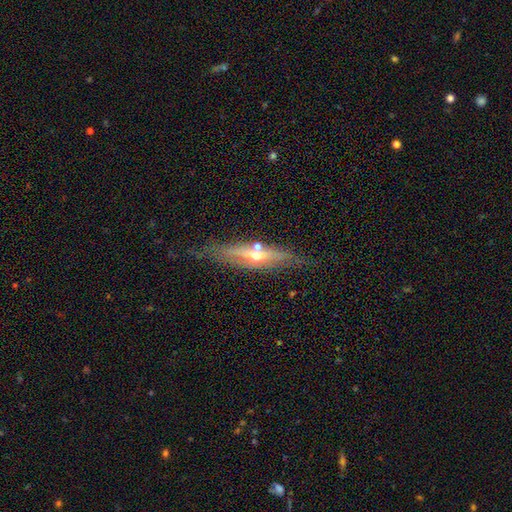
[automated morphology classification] featured or disk 69%, smooth 23%, star or artifact 8%. Down the decision tree: edge-on disk — yes (82%); edge-on bulge — rounded (90%); merging — none (71%).